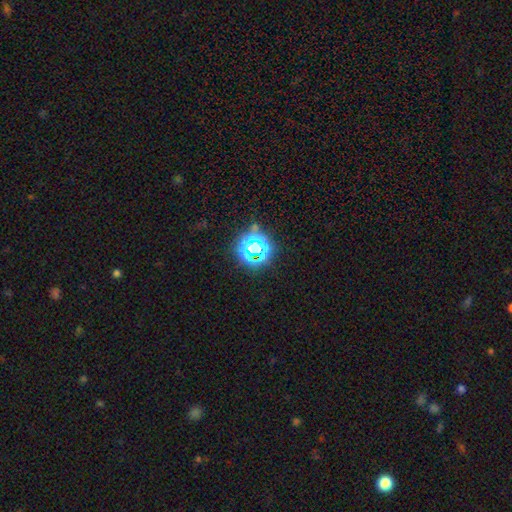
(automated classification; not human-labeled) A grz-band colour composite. It shows a star or artifact, not a galaxy (69%).